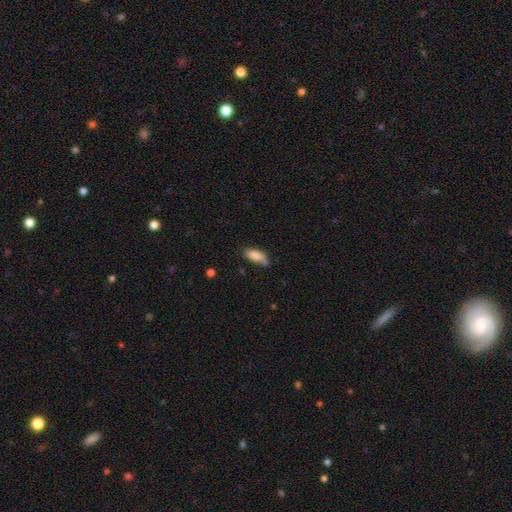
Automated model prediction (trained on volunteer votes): Smooth or featured? Predicted: smooth (p=0.84). How rounded? Predicted: in between (p=0.84). Merging? Predicted: none (p=0.59).